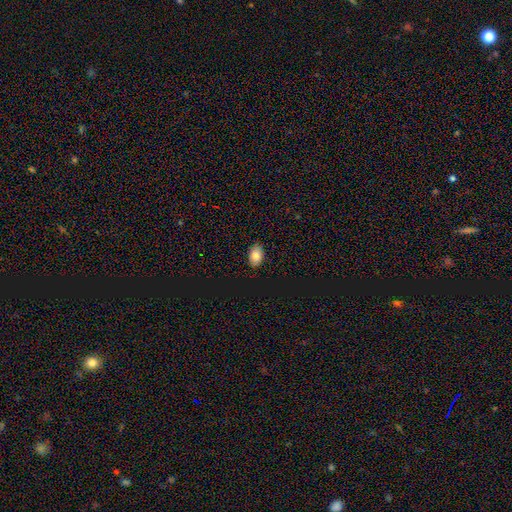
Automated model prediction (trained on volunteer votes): smooth-or-featured: smooth: 83% | star or artifact: 9% | featured or disk: 8%
  how-rounded: in between: 87% | round: 12% | cigar-shaped: 1%
  merging: none: 87% | minor disturbance: 10% | major disturbance: 2% | merger: 1%